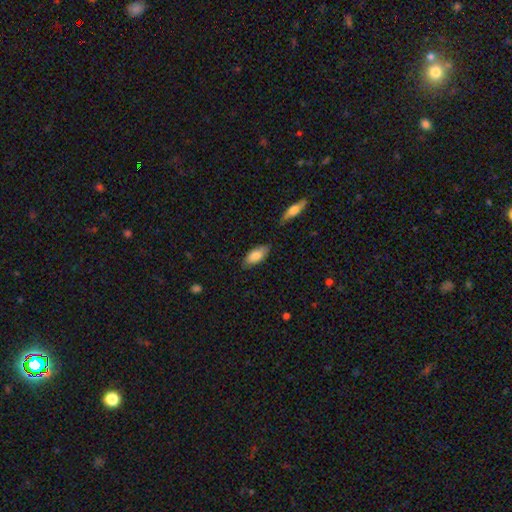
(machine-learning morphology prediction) smooth-or-featured: smooth: 80% | featured or disk: 14% | star or artifact: 6%
  how-rounded: in between: 88% | cigar-shaped: 10% | round: 2%
  merging: none: 75% | minor disturbance: 18% | major disturbance: 3% | merger: 3%